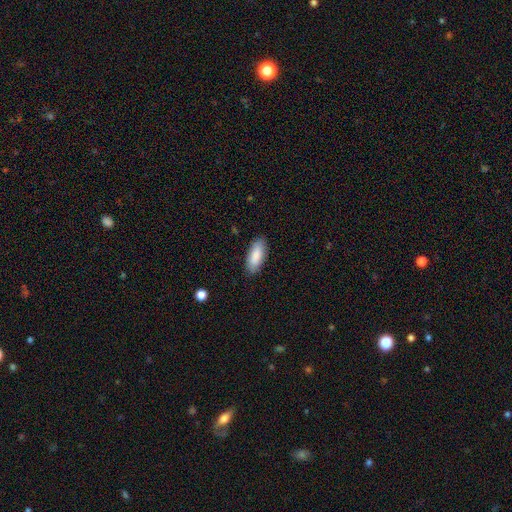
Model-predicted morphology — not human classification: This is clearly a smooth galaxy (87%). How rounded: clearly in between (83%). Merging: clearly none (87%).